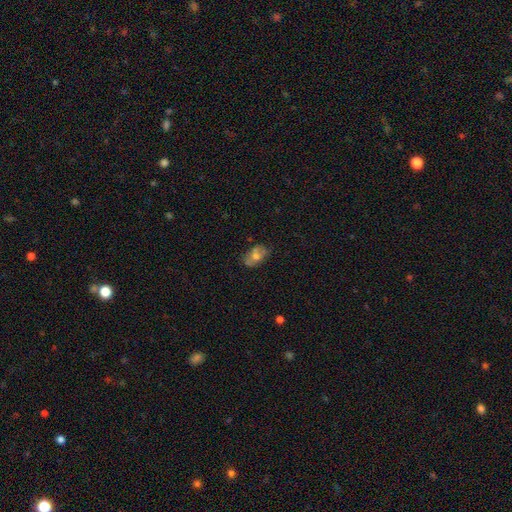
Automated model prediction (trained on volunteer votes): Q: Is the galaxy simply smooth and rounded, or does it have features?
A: smooth — 54%.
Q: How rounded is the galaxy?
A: in between — 84%.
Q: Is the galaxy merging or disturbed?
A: none — 70%.